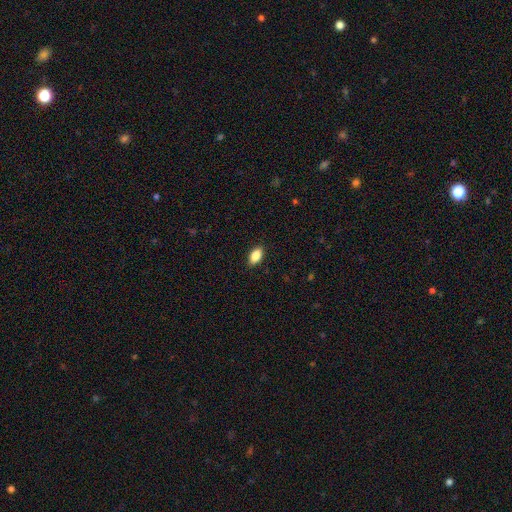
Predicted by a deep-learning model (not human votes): A smooth galaxy with no disk features (86%) that is in between round and cigar-shaped (91%).

Vote fractions:
- Smooth or featured? smooth: 86% / star or artifact: 7% / featured or disk: 6%
- How rounded? in between: 91% / round: 5% / cigar-shaped: 4%
- Merging? none: 89% / minor disturbance: 8% / major disturbance: 2% / merger: 1%